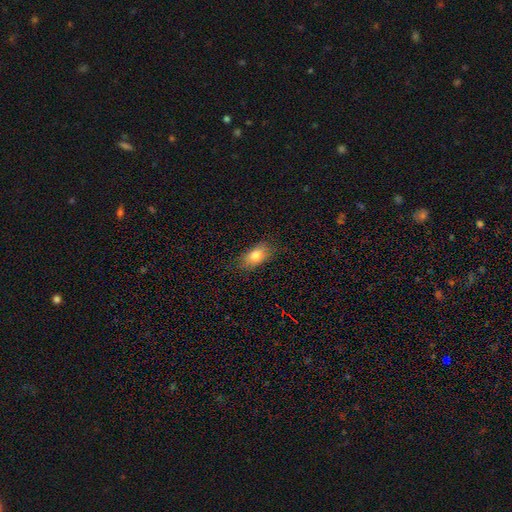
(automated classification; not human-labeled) smooth-or-featured: smooth: 78% | featured or disk: 13% | star or artifact: 9%
  how-rounded: in between: 84% | round: 10% | cigar-shaped: 5%
  merging: none: 79% | minor disturbance: 16% | major disturbance: 4% | merger: 1%